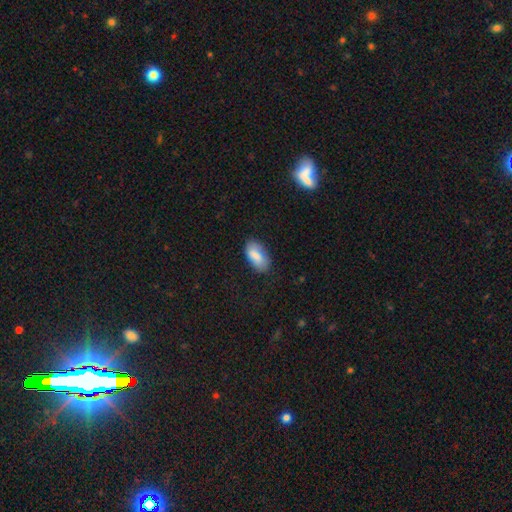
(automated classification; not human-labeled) Overall: smooth (83%). How rounded: in between (93%). Merging: none (77%).